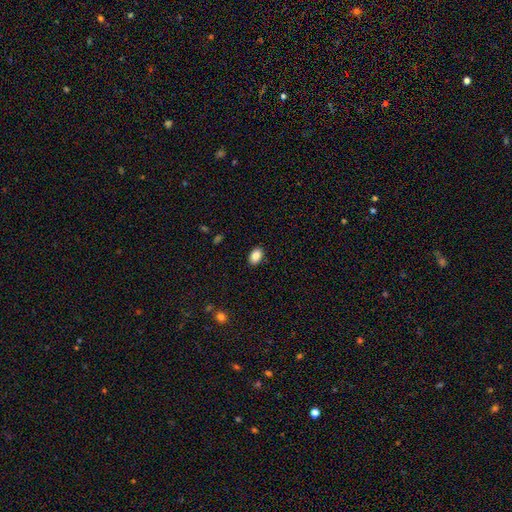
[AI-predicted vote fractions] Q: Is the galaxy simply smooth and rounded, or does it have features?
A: smooth — 87%.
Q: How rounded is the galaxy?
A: in between — 85%.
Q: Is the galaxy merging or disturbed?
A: none — 89%.